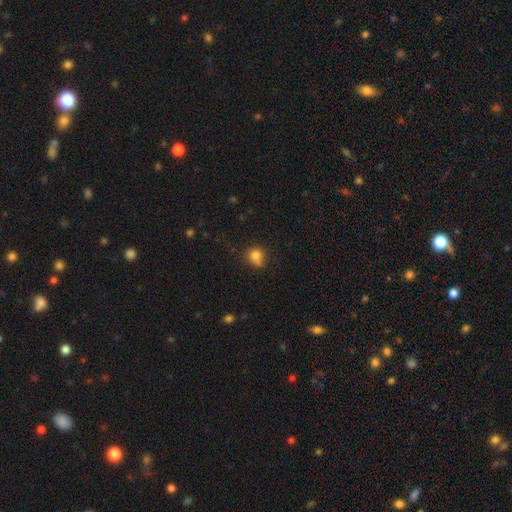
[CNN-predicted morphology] type=smooth (78%); roundness=round (73%); merging=none (48%).